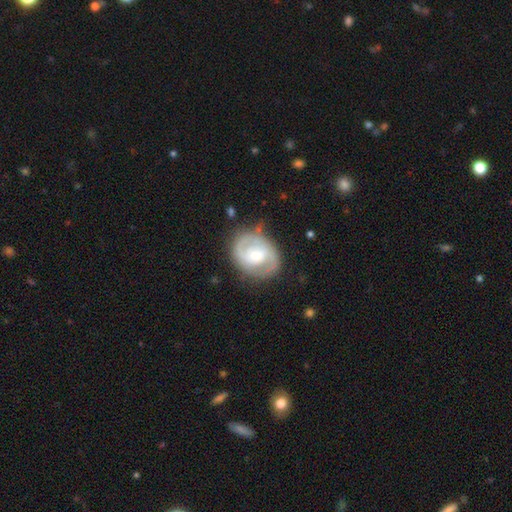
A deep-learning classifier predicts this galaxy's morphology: Q: Smooth or featured?
A: featured or disk (75%); runner-up: smooth (19%)
Q: Edge-on disk?
A: no (97%); runner-up: yes (3%)
Q: Bar?
A: no (50%); runner-up: weak (38%)
Q: Spiral arms?
A: yes (84%); runner-up: no (16%)
Q: Spiral winding?
A: medium (45%); runner-up: tight (38%)
Q: Spiral arm count?
A: 2 (80%); runner-up: can't tell (11%)
Q: Bulge size?
A: moderate (53%); runner-up: small (41%)
Q: Merging?
A: none (75%); runner-up: minor disturbance (17%)